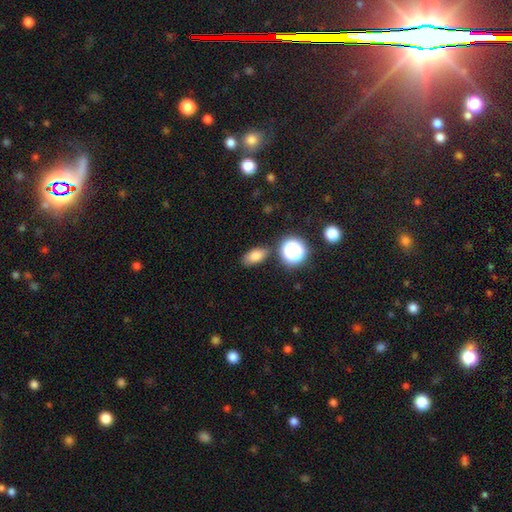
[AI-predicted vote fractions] This is likely a smooth galaxy (77%). How rounded: clearly in between (82%). Merging: clearly none (81%).